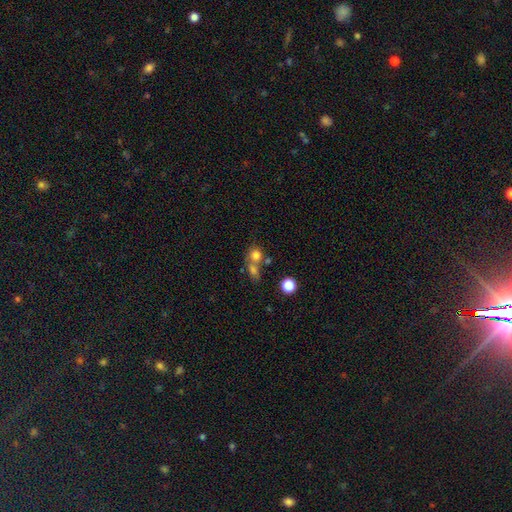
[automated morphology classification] Smooth or featured? smooth (75%)
How rounded? round (80%)
Merging? merger (45%)